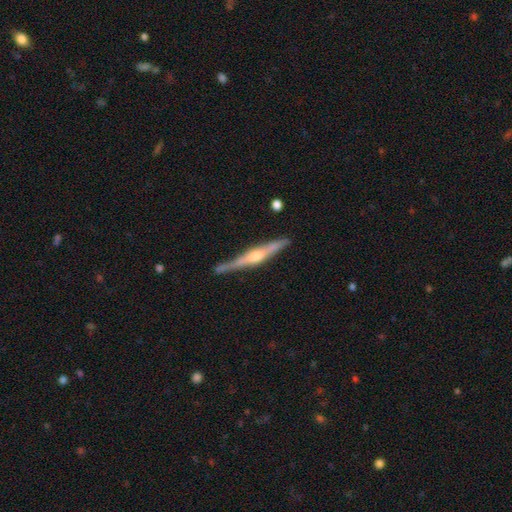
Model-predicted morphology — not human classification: This appears to be a featured or disk galaxy (81%) viewed edge-on (98%) with a rounded central bulge (82%). Merging: none (85%).